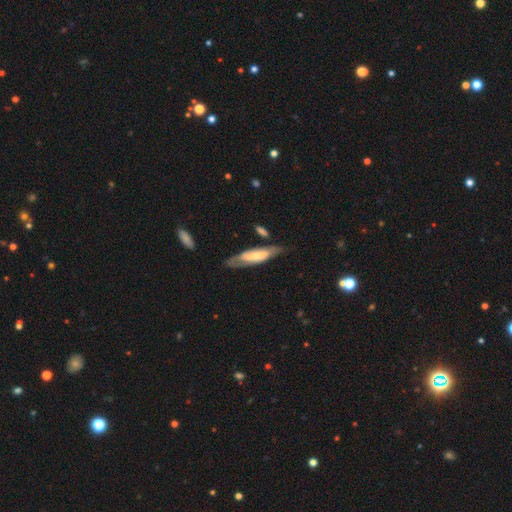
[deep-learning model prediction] Q: Smooth or featured?
A: featured or disk (55%); runner-up: smooth (40%)
Q: Edge-on disk?
A: no (62%); runner-up: yes (38%)
Q: Merging?
A: none (63%); runner-up: minor disturbance (22%)